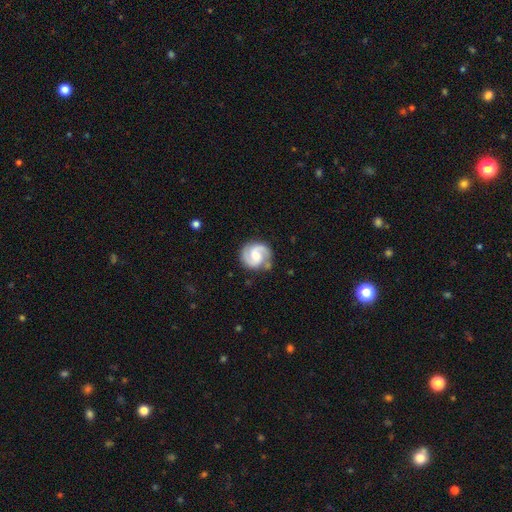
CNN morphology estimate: The model was most divided on "bar": weak: 47%, no: 40%, strong: 12%. More confident: edge-on disk — no (98%); spiral arms — yes (97%); spiral arm count — 2 (91%); smooth or featured — featured or disk (85%); merging — none (81%); spiral winding — medium (52%); bulge size — moderate (51%).